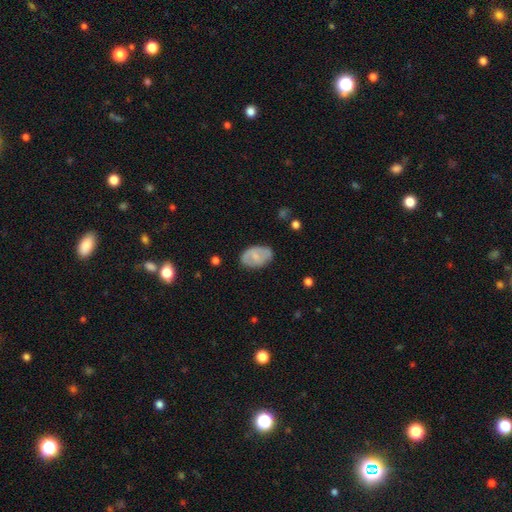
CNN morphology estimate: The model was most divided on "smooth or featured": smooth: 52%, featured or disk: 41%, star or artifact: 7%. More confident: how rounded — in between (89%); merging — none (74%).